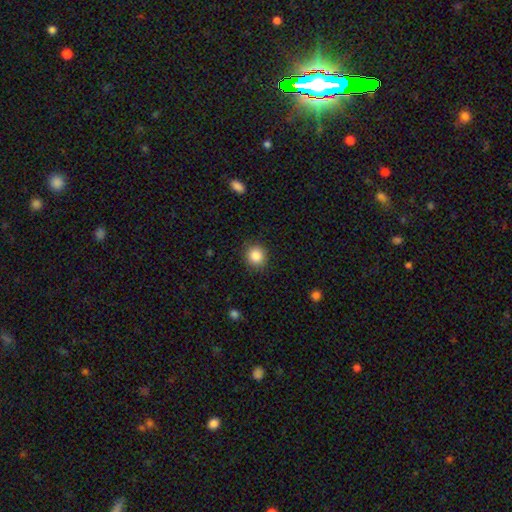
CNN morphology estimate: Q: Smooth or featured?
A: smooth (86%); runner-up: star or artifact (10%)
Q: How rounded?
A: round (90%); runner-up: in between (9%)
Q: Merging?
A: none (88%); runner-up: minor disturbance (8%)